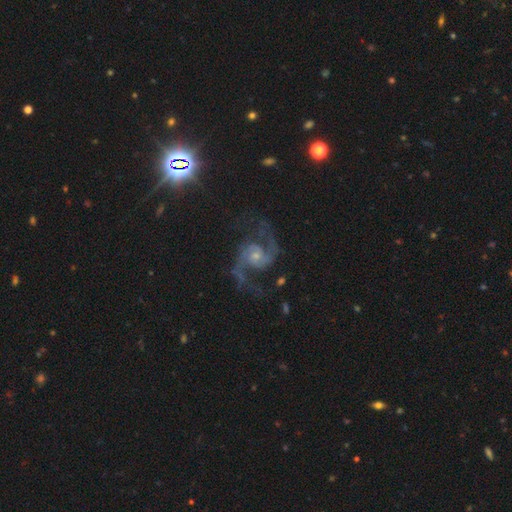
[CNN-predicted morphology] A featured or disk galaxy (90%) with no bar (62%), 2 (94%) medium (52%) spiral arms (98%) and a small central bulge (57%).

Vote fractions:
- Smooth or featured? featured or disk: 90% / star or artifact: 7% / smooth: 3%
- Edge-on disk? no: 98% / yes: 2%
- Bar? no: 62% / weak: 31% / strong: 7%
- Spiral arms? yes: 98% / no: 2%
- Spiral winding? medium: 52% / loose: 39% / tight: 9%
- Spiral arm count? 2: 94% / can't tell: 2% / 3: 1% / 1: 1% / 4: 1% / more than 4: 1%
- Bulge size? small: 57% / moderate: 34% / none: 5% / large: 3% / dominant: 1%
- Merging? none: 75% / minor disturbance: 14% / major disturbance: 10% / merger: 2%